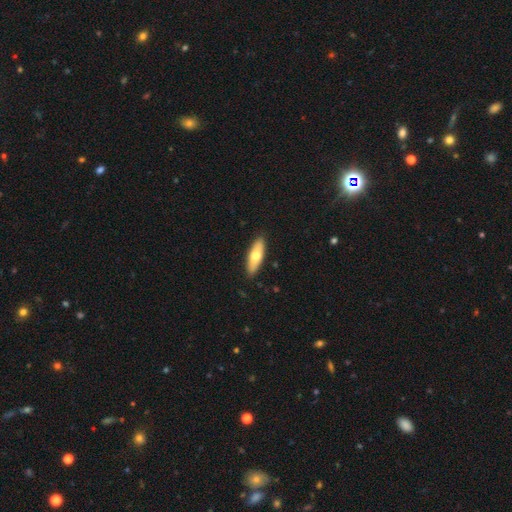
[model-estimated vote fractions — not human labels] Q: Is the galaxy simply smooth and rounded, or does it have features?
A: smooth — 65%.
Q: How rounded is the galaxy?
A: in between — 60%.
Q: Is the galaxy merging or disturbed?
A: none — 89%.